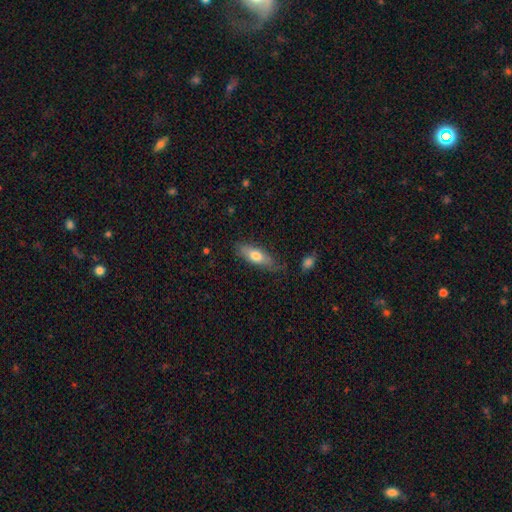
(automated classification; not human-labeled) A smooth galaxy with no disk features (68%) that is in between round and cigar-shaped (57%). Merging: none (74%).